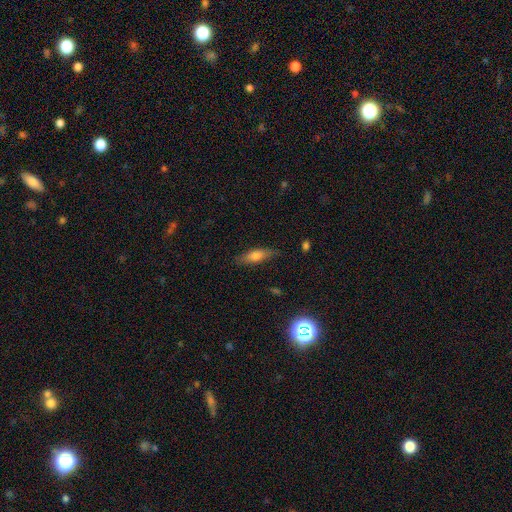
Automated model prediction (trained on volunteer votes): This appears to be a smooth galaxy with no disk features (68%) that is cigar-shaped (49%). Merging: none (82%).